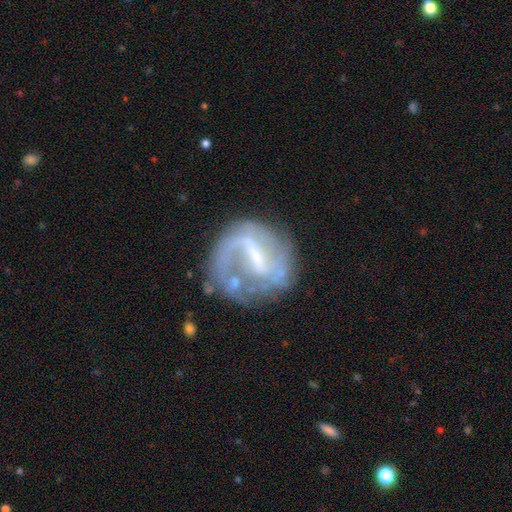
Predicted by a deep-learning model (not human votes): smooth_or_featured: featured or disk (p=0.79) [alt: smooth p=0.13]
disk_edge_on: no (p=0.97) [alt: yes p=0.03]
bar: strong (p=0.50) [alt: weak p=0.39]
has_spiral_arms: yes (p=0.78) [alt: no p=0.22]
spiral_winding: loose (p=0.42) [alt: medium p=0.35]
spiral_arm_count: 2 (p=0.46) [alt: 1 p=0.33]
bulge_size: small (p=0.47) [alt: moderate p=0.26]
merging: none (p=0.56) [alt: major disturbance p=0.20]